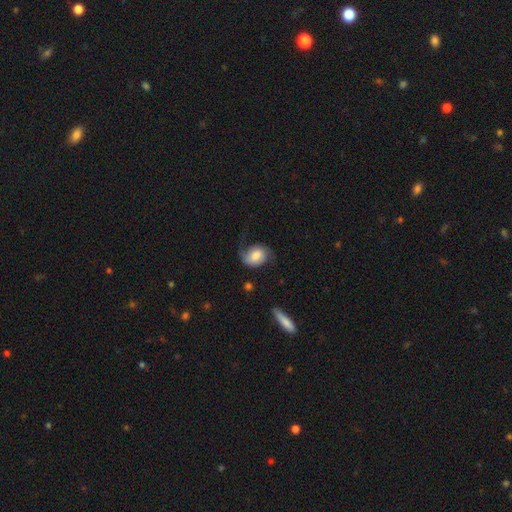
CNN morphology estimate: type=featured or disk (51%); edge-on=no (96%); merging=none (51%).